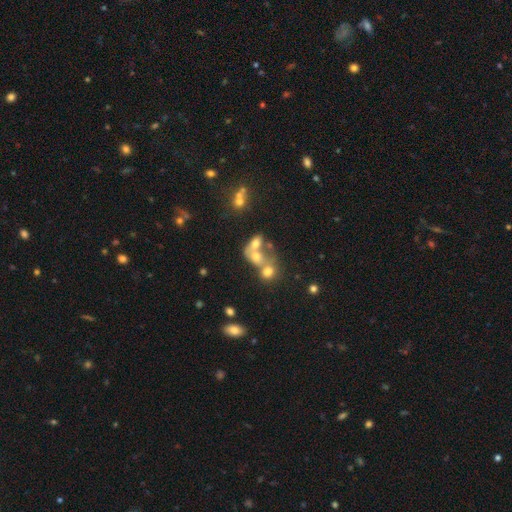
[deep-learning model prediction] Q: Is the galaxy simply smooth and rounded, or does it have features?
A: smooth — 58%.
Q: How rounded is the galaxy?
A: in between — 57%.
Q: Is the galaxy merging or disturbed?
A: merger — 64%.